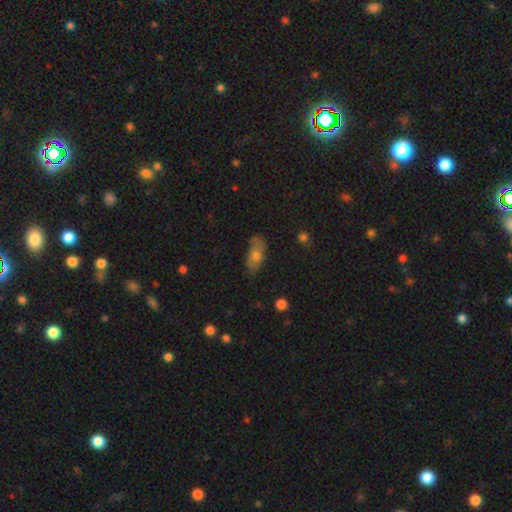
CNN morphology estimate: smooth_or_featured: smooth (p=0.67) [alt: featured or disk p=0.25]
how_rounded: in between (p=0.83) [alt: cigar-shaped p=0.13]
merging: none (p=0.71) [alt: minor disturbance p=0.22]